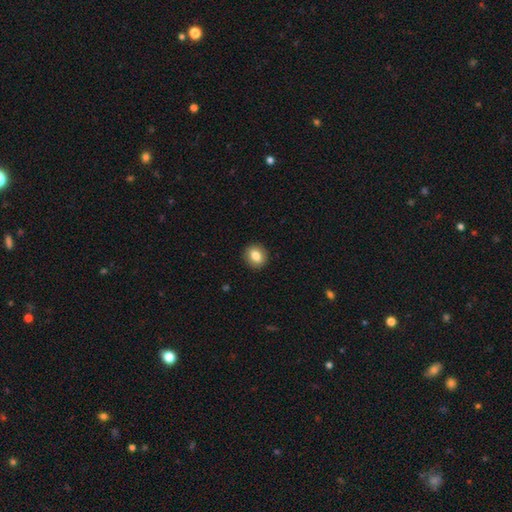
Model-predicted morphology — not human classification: Smooth or featured: smooth — 82% (featured or disk — 10%)
How rounded: round — 71% (in between — 28%)
Merging: none — 91% (minor disturbance — 6%)